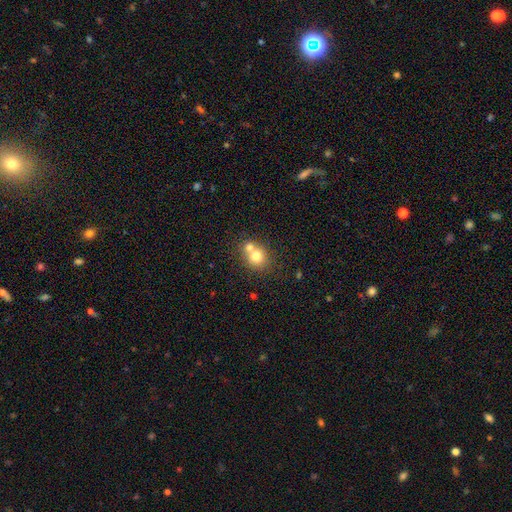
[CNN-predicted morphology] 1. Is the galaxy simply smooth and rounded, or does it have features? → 74% smooth, 15% featured or disk, 11% star or artifact.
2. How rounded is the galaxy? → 80% round, 19% in between, 1% cigar-shaped.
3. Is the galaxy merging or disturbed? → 54% merger, 38% none, 6% minor disturbance, 2% major disturbance.